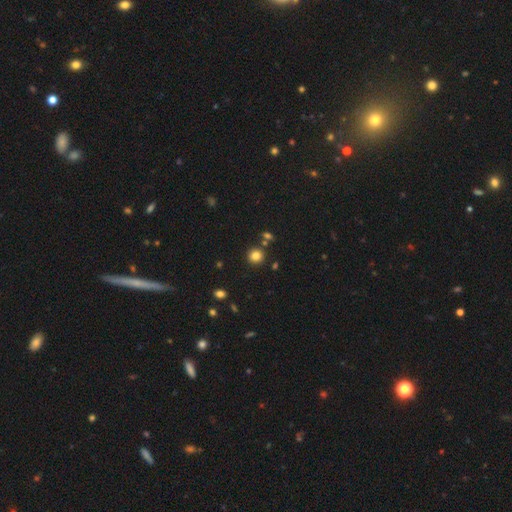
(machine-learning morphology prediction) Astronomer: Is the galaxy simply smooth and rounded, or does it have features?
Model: smooth — 82%.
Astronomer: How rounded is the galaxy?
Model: round — 92%.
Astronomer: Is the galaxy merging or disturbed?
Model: none — 85%.